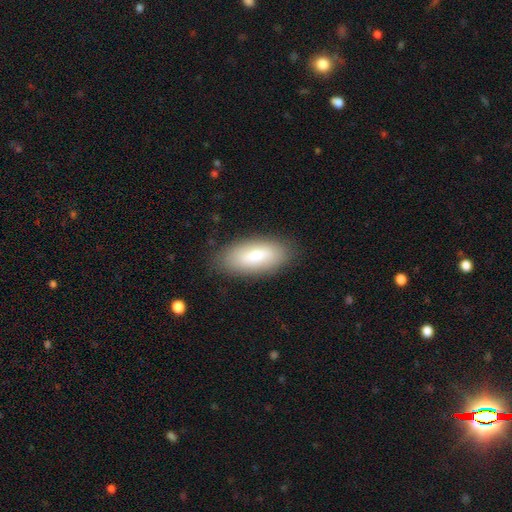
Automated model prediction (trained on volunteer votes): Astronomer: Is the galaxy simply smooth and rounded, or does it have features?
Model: smooth — 70%.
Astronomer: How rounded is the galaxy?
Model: in between — 88%.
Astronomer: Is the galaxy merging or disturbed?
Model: none — 85%.